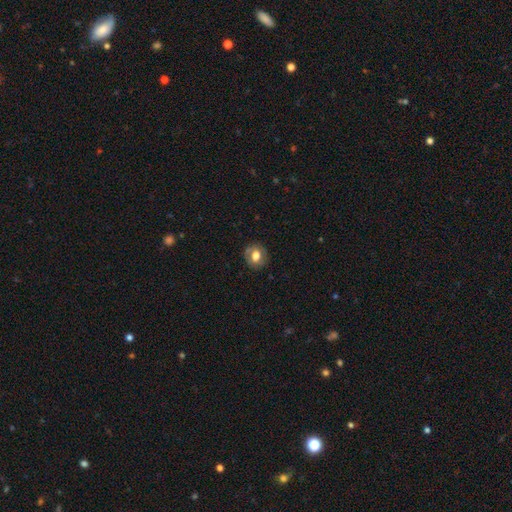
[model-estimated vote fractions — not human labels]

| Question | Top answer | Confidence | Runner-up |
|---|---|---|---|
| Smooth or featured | smooth | 64% | featured or disk (27%) |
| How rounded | round | 76% | in between (23%) |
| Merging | none | 82% | minor disturbance (13%) |